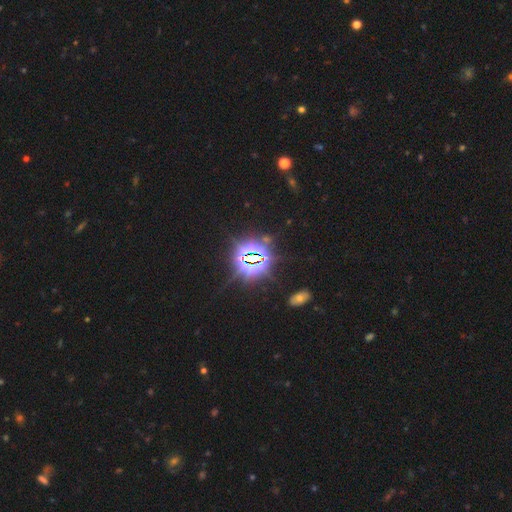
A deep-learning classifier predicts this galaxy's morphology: Q: Smooth or featured?
A: star or artifact (83%); runner-up: smooth (9%)